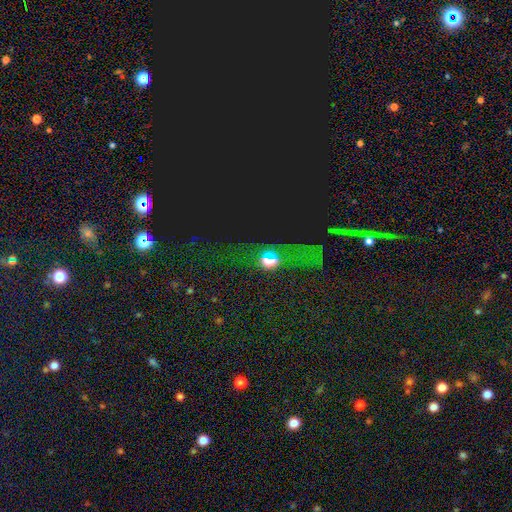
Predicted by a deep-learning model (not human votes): This appears to be a star or artifact, not a galaxy (69%).